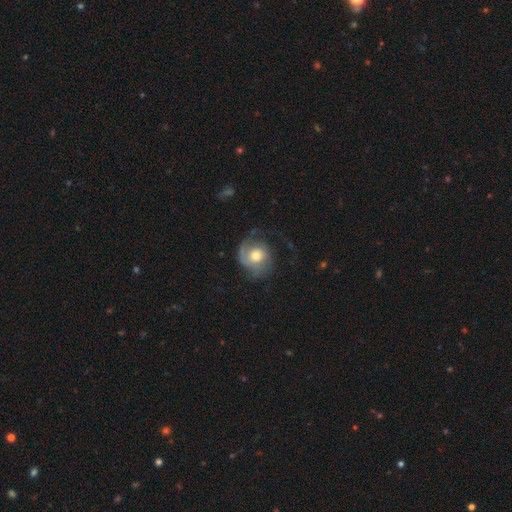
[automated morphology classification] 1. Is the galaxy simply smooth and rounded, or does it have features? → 65% featured or disk, 29% smooth, 7% star or artifact.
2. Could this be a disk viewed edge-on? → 97% no, 3% yes.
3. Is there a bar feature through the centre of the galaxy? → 74% no, 22% weak, 4% strong.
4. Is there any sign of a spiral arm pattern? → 88% yes, 12% no.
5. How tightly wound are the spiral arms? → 38% medium (tied), 38% tight (tied), 24% loose.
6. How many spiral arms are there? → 38% 2, 37% 1, 15% can't tell, 6% 3, 2% 4, 2% more than 4.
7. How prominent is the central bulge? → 69% moderate, 18% small, 10% large, 1% dominant, 1% none.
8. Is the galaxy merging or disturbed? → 57% none, 21% minor disturbance, 20% major disturbance, 2% merger.